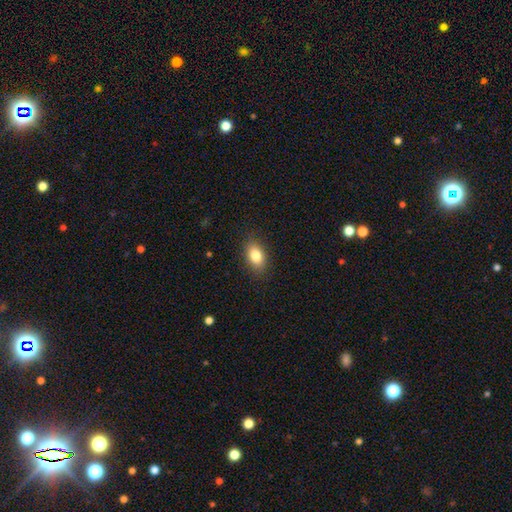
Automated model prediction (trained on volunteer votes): Smooth or featured?
  - smooth: 83% *
  - featured or disk: 9%
  - star or artifact: 8%
How rounded?
  - in between: 88% *
  - round: 10%
  - cigar-shaped: 3%
Merging?
  - none: 87% *
  - minor disturbance: 10%
  - major disturbance: 3%
  - merger: 1%